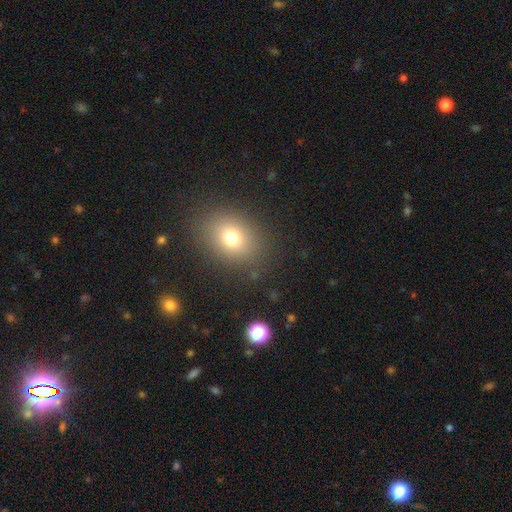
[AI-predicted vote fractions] This is likely a smooth galaxy (67%). How rounded: possibly in between (54%). Merging: clearly none (90%).